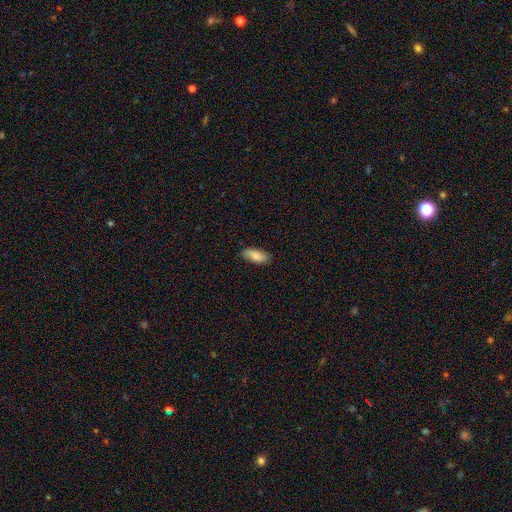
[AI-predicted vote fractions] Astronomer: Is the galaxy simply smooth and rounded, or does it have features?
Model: smooth — 84%.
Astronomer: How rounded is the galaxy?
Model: in between — 82%.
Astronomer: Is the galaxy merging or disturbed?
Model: none — 75%.